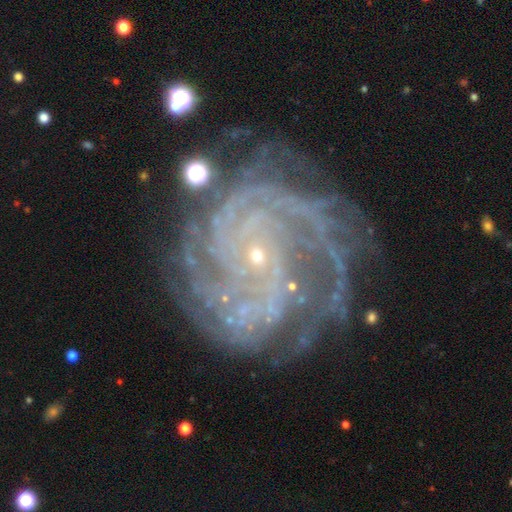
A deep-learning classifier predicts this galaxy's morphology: This appears to be a featured or disk galaxy (90%) with no bar (73%), more than 4 (24%) tight (75%) spiral arms (98%) and a small central bulge (90%). Merging: none (71%).